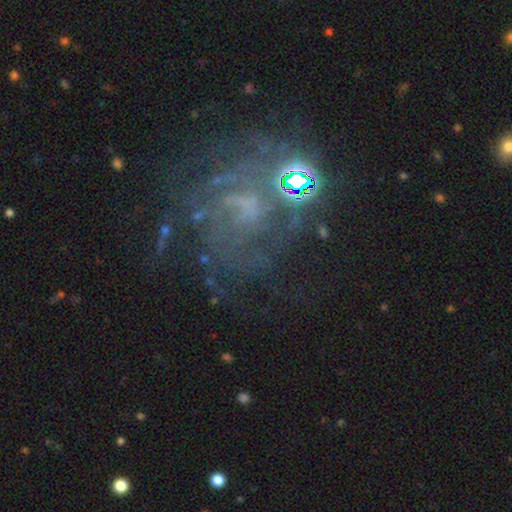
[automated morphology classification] smooth_or_featured: featured or disk (p=0.68) [alt: star or artifact p=0.22]
disk_edge_on: no (p=0.97) [alt: yes p=0.03]
bar: no (p=0.58) [alt: weak p=0.33]
has_spiral_arms: yes (p=0.84) [alt: no p=0.16]
spiral_winding: tight (p=0.47) [alt: medium p=0.37]
spiral_arm_count: can't tell (p=0.45) [alt: 2 p=0.20]
bulge_size: small (p=0.39) [alt: none p=0.36]
merging: none (p=0.60) [alt: major disturbance p=0.18]